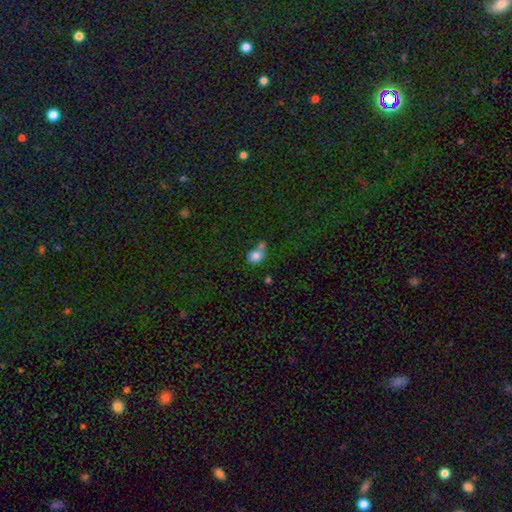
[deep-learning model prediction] Smooth or featured: smooth — 81% (featured or disk — 10%)
How rounded: in between — 51% (round — 47%)
Merging: merger — 45% (none — 33%)